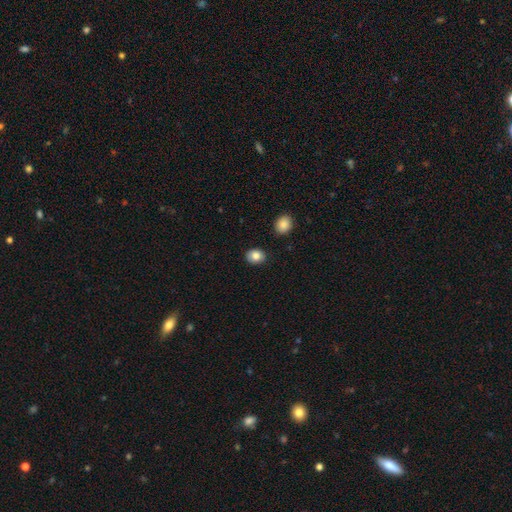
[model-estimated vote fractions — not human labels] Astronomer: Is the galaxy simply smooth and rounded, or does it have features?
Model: smooth — 84%.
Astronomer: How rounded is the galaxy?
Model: in between — 50% (runner-up: round, 49%).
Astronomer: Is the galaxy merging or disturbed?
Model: none — 89%.